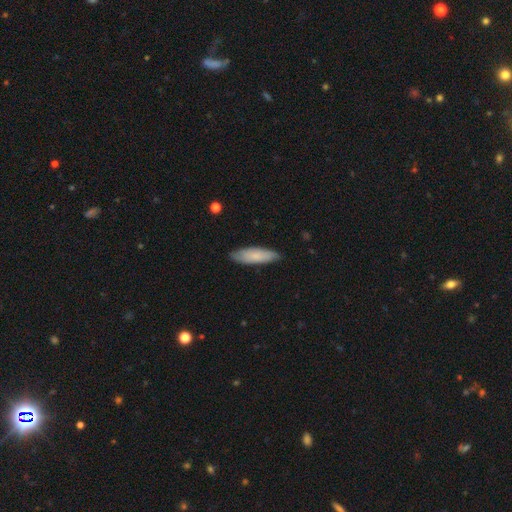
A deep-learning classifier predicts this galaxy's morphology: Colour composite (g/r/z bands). It shows a smooth galaxy with no disk features (79%) that is cigar-shaped (55%). Merging: none (85%).